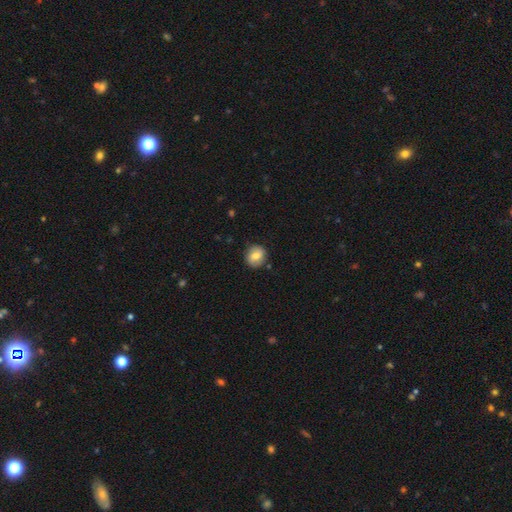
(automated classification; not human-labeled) Morphology: type=smooth (71%); roundness=round (80%); merging=none (83%).